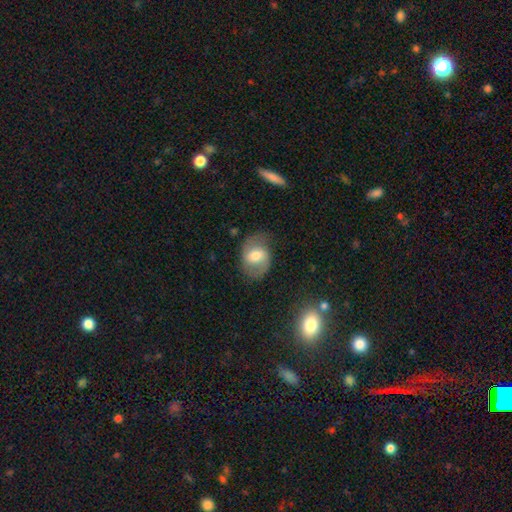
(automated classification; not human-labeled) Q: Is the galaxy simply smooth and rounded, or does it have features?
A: smooth — 47%.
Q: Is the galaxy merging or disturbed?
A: none — 65%.